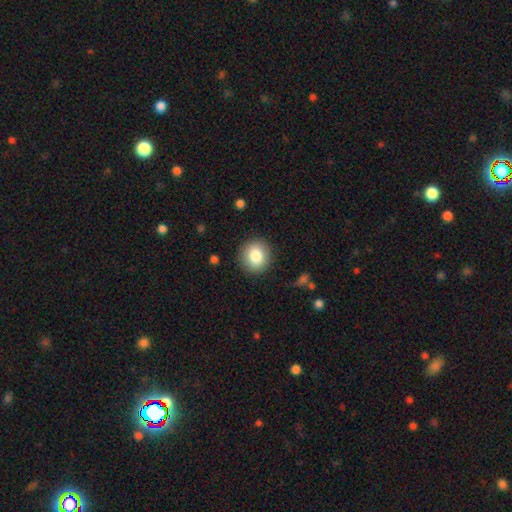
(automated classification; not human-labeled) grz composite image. It shows a smooth galaxy with no disk features (83%) that is round (86%). Merging: none (89%).